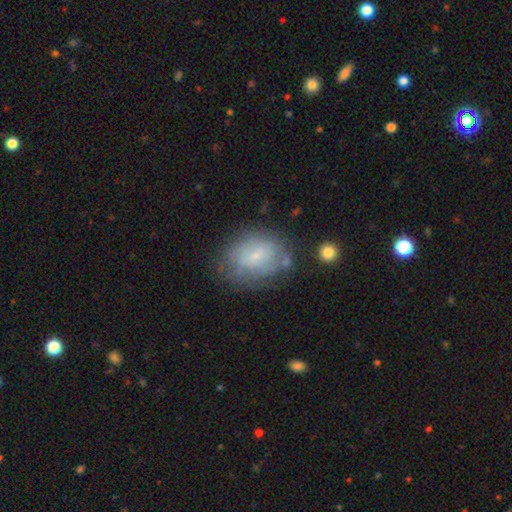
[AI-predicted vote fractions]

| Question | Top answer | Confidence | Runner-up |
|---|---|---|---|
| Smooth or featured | smooth | 46% | featured or disk (44%) |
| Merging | none | 56% | minor disturbance (25%) |